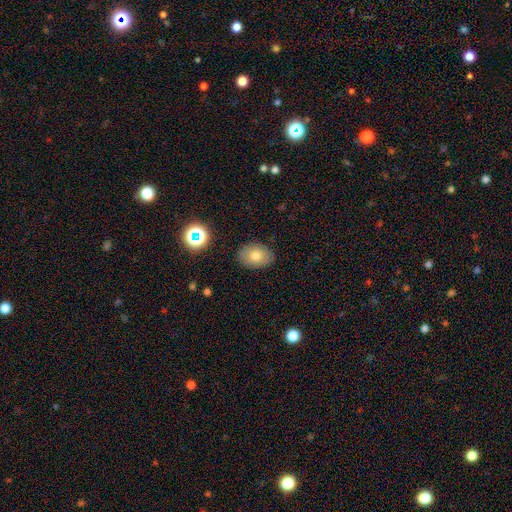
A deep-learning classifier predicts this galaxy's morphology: Smooth or featured: smooth — 75% (featured or disk — 14%)
How rounded: in between — 76% (round — 23%)
Merging: none — 85% (minor disturbance — 11%)